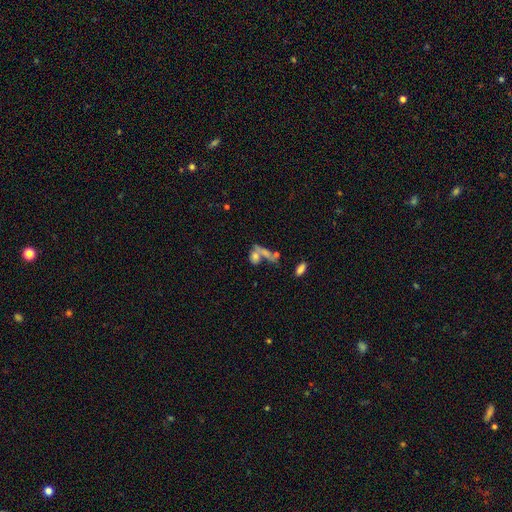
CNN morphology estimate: Smooth or featured? smooth (63%)
How rounded? in between (66%)
Merging? merger (48%)